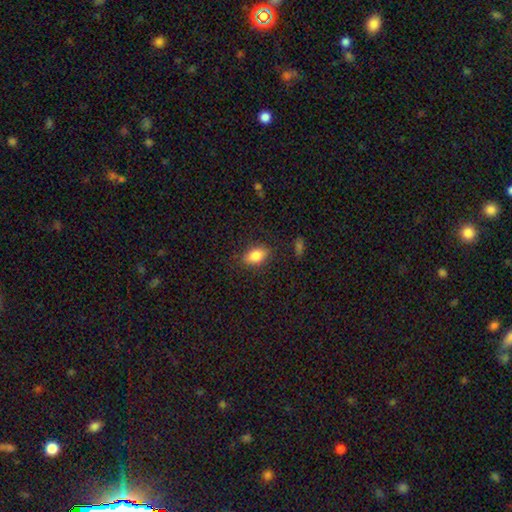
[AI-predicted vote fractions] This appears to be a smooth galaxy with no disk features (83%) that is in between round and cigar-shaped (86%). Merging: none (83%).